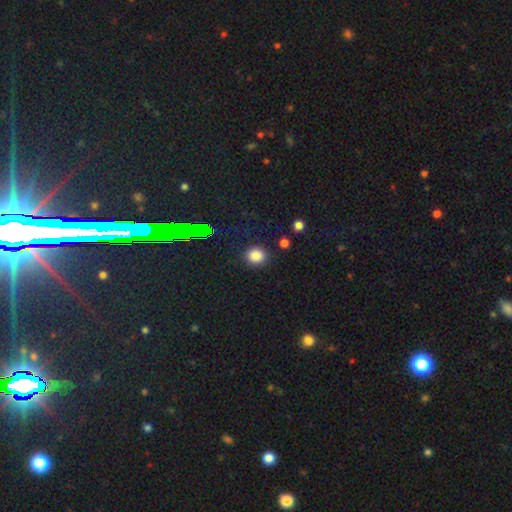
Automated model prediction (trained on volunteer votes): This appears to be a smooth galaxy with no disk features (82%) that is round (81%). Merging: none (86%).